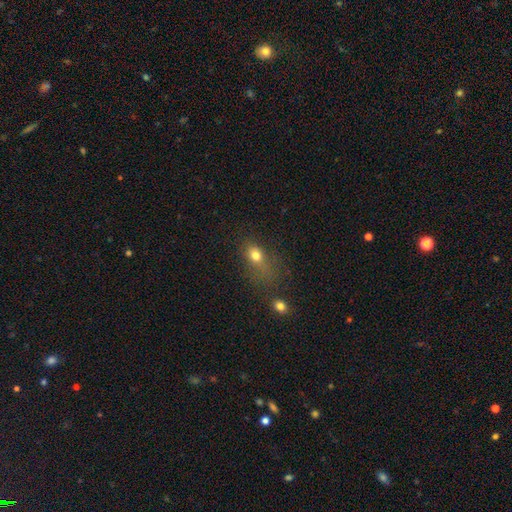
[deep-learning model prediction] Smooth or featured? smooth (75%)
How rounded? in between (67%)
Merging? none (42%)